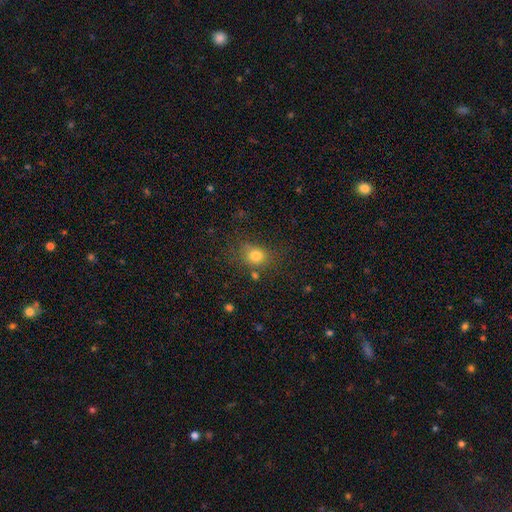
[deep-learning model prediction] A smooth galaxy with no disk features (77%) that is round (61%).

Vote fractions:
- Smooth or featured? smooth: 77% / star or artifact: 14% / featured or disk: 9%
- How rounded? round: 61% / in between: 38% / cigar-shaped: 1%
- Merging? none: 68% / minor disturbance: 18% / major disturbance: 8% / merger: 6%